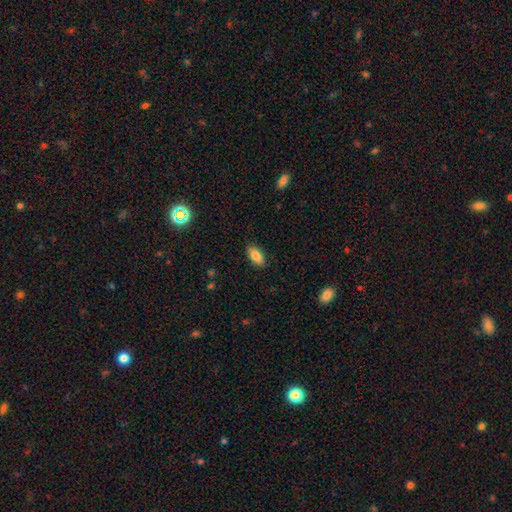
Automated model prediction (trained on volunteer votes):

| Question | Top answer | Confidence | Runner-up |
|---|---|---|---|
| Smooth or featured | smooth | 85% | star or artifact (8%) |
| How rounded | in between | 91% | cigar-shaped (6%) |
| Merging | none | 88% | minor disturbance (9%) |